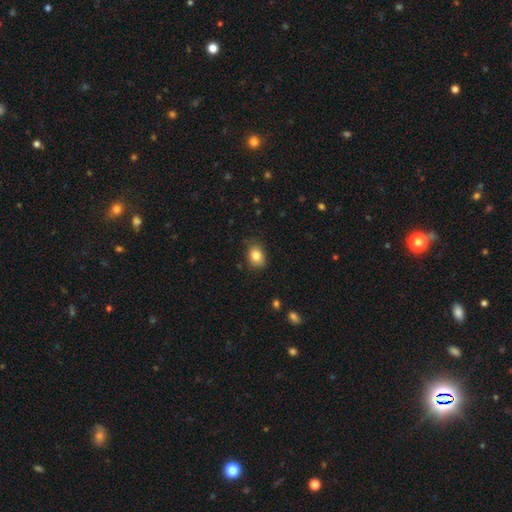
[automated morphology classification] The model was most divided on "how rounded": in between: 65%, round: 34%, cigar-shaped: 1%. More confident: smooth or featured — smooth (82%); merging — none (82%).